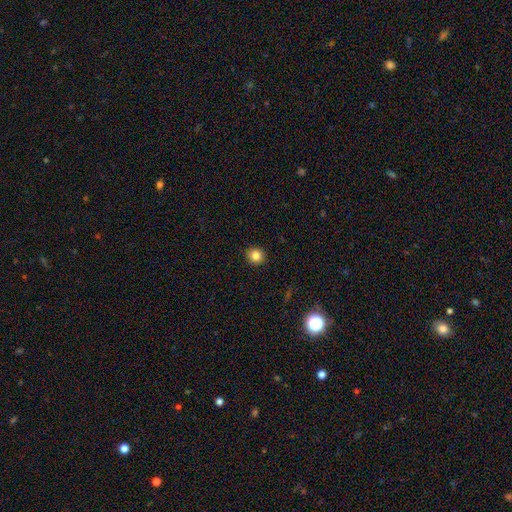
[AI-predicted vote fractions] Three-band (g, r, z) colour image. It shows a smooth galaxy with no disk features (83%) that is round (91%). Merging: none (92%).